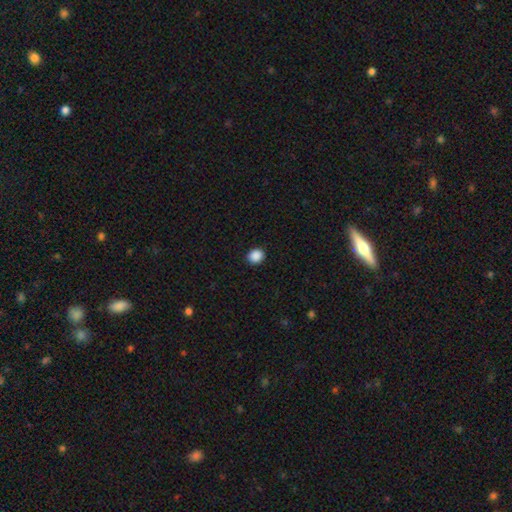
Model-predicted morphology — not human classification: A smooth galaxy with no disk features (89%) that is round (76%). Merging: none (92%).